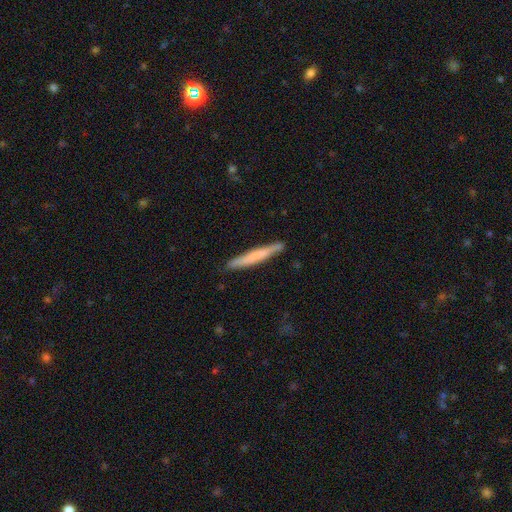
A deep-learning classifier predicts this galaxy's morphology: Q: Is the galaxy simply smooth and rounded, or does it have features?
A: smooth — 59%.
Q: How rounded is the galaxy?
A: cigar-shaped — 96%.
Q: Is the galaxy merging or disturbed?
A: none — 88%.